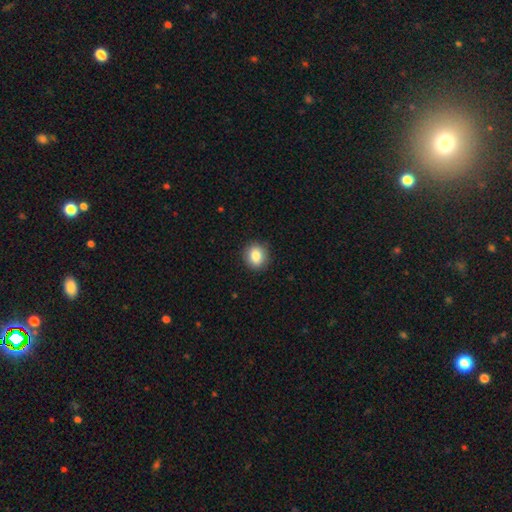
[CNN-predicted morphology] Smooth or featured: smooth — 84% (star or artifact — 9%)
How rounded: round — 77% (in between — 22%)
Merging: none — 90% (minor disturbance — 8%)